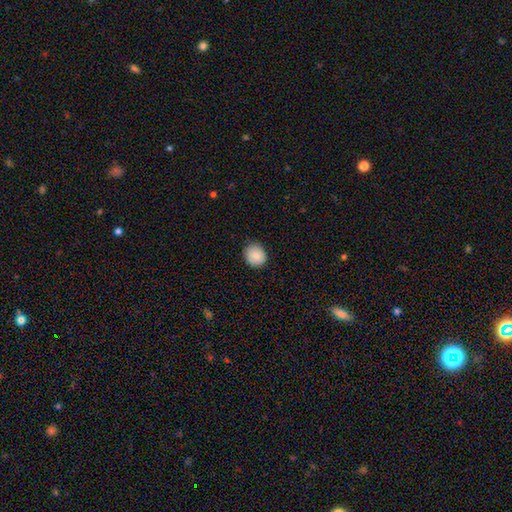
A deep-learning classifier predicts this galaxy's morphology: Smooth or featured? smooth (85%)
How rounded? round (78%)
Merging? none (84%)